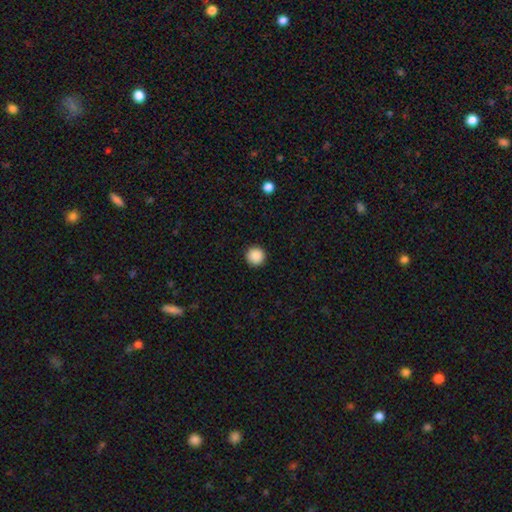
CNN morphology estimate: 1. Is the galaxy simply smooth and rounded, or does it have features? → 89% smooth, 9% star or artifact, 2% featured or disk.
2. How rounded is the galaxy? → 96% round, 3% in between, 1% cigar-shaped.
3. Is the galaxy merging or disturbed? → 93% none, 5% minor disturbance, 2% major disturbance, 1% merger.